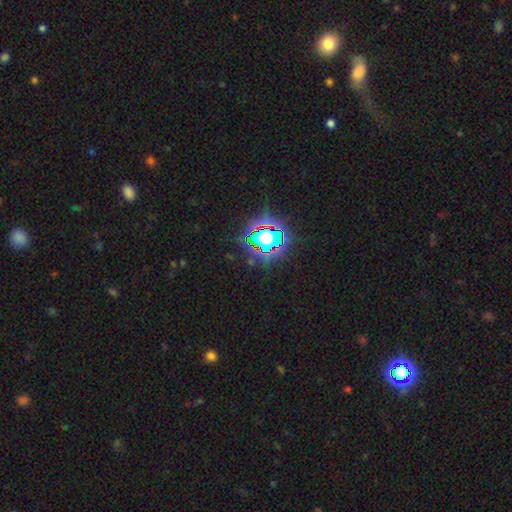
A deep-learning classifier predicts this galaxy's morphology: The model was most divided on "smooth or featured": star or artifact: 78%, smooth: 14%, featured or disk: 9%.